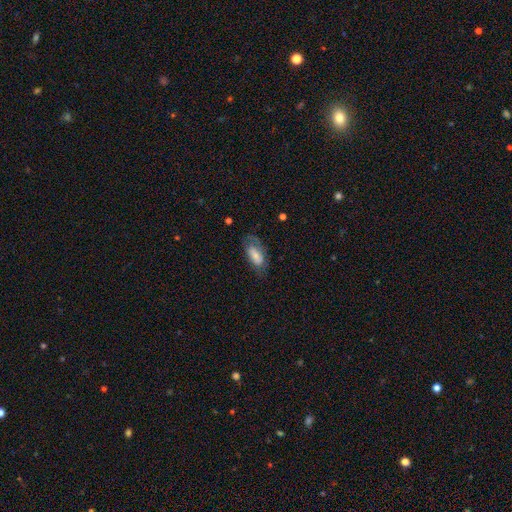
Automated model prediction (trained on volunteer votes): Q: Smooth or featured?
A: smooth (58%); runner-up: featured or disk (35%)
Q: How rounded?
A: in between (86%); runner-up: cigar-shaped (11%)
Q: Merging?
A: none (58%); runner-up: minor disturbance (25%)